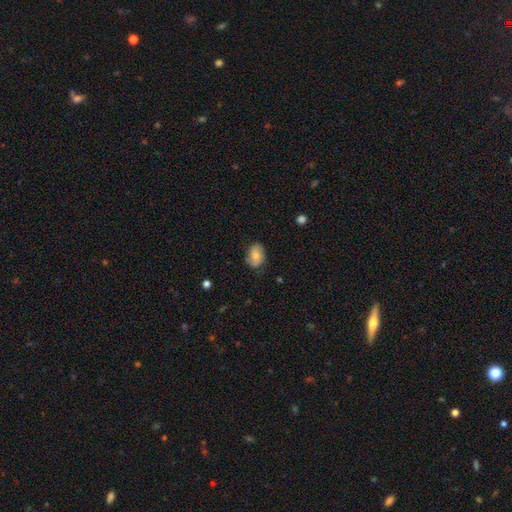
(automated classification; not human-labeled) smooth-or-featured: smooth: 71% | featured or disk: 21% | star or artifact: 8%
  how-rounded: in between: 77% | round: 21% | cigar-shaped: 1%
  merging: none: 71% | minor disturbance: 23% | major disturbance: 5% | merger: 1%